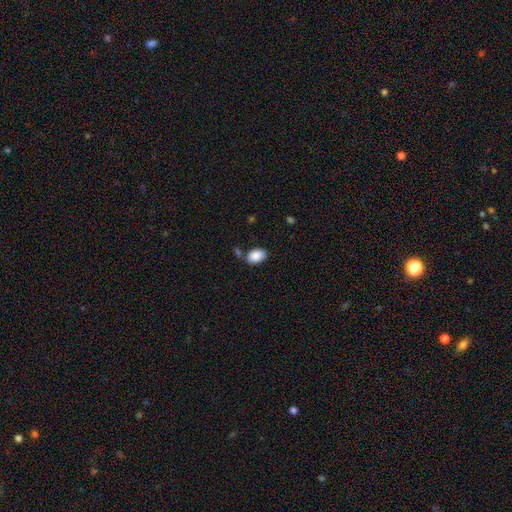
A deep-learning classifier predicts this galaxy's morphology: Smooth or featured: smooth — 89% (star or artifact — 7%)
How rounded: in between — 90% (round — 8%)
Merging: none — 74% (minor disturbance — 14%)